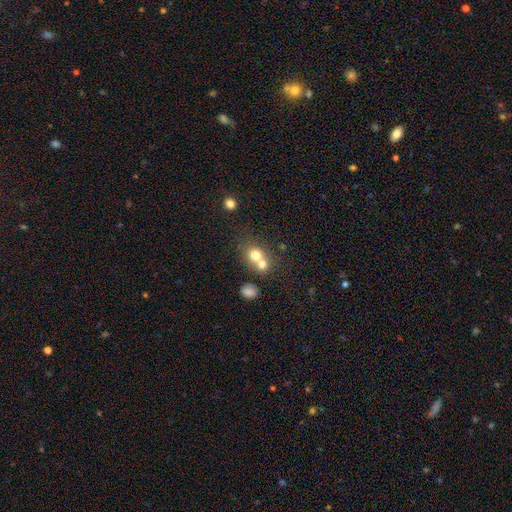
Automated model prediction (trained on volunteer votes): Smooth or featured?
  - smooth: 73% *
  - featured or disk: 15%
  - star or artifact: 12%
How rounded?
  - round: 75% *
  - in between: 24%
  - cigar-shaped: 1%
Merging?
  - merger: 58% *
  - none: 33%
  - minor disturbance: 6%
  - major disturbance: 3%